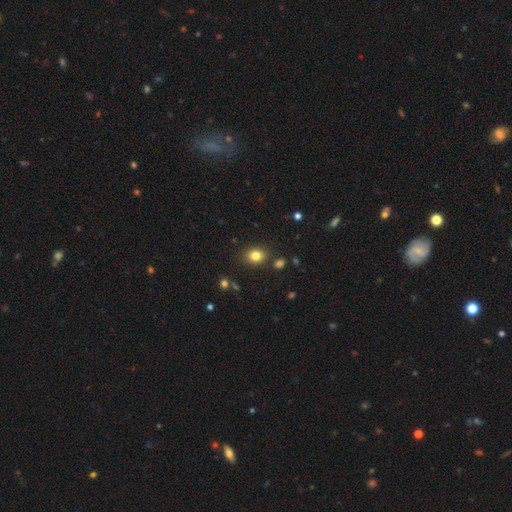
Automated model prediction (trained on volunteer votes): The model was most divided on "how rounded": round: 53%, in between: 46%, cigar-shaped: 1%. More confident: merging — none (83%); smooth or featured — smooth (82%).